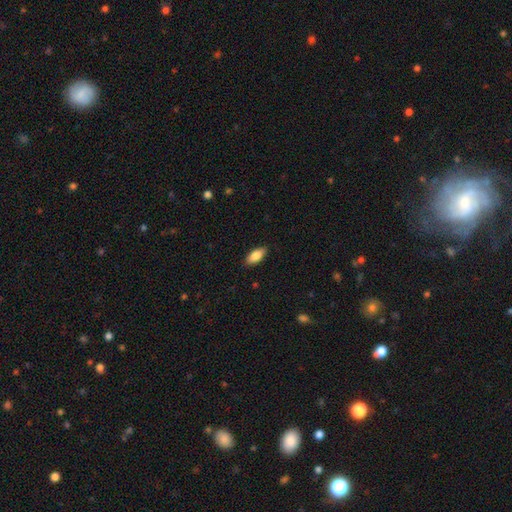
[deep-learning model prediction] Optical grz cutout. It shows a smooth galaxy with no disk features (84%) that is in between round and cigar-shaped (85%). Merging: none (87%).